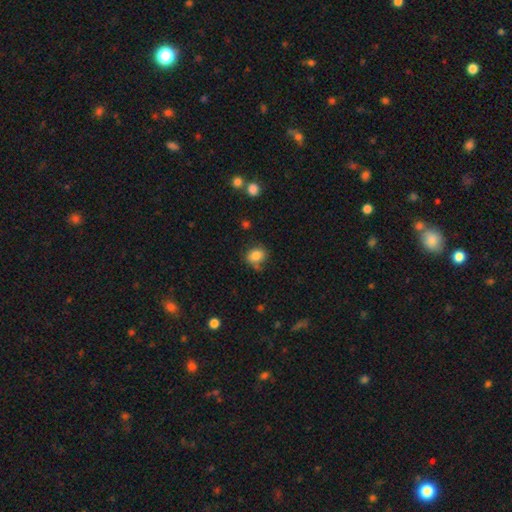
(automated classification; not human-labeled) smooth 82%, star or artifact 10%, featured or disk 7%. Down the decision tree: how rounded — round (57%); merging — none (65%).